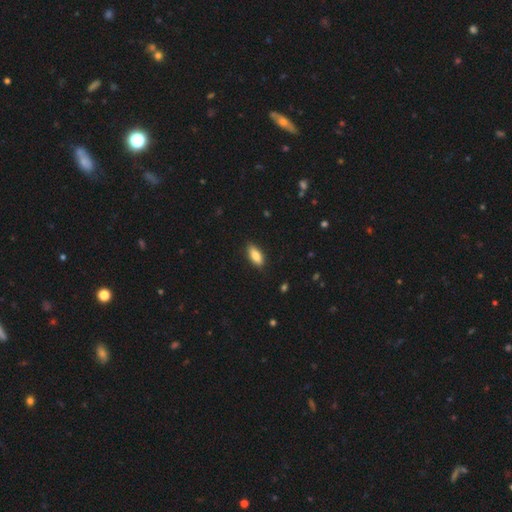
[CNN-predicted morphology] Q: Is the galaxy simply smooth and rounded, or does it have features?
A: smooth — 82%.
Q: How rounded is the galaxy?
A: in between — 79%.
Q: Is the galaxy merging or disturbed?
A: none — 86%.